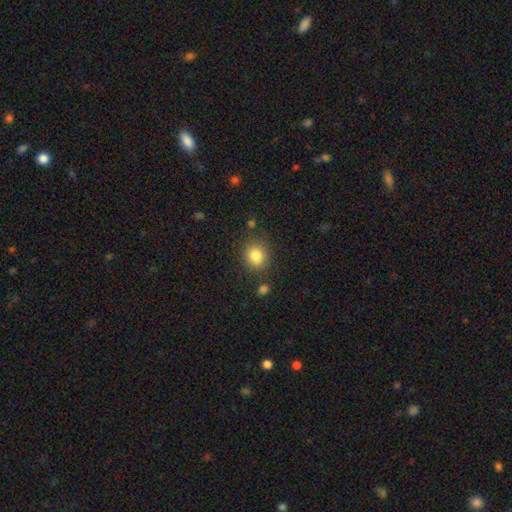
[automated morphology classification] smooth-or-featured: smooth: 83% | star or artifact: 10% | featured or disk: 7%
  how-rounded: round: 77% | in between: 22% | cigar-shaped: 1%
  merging: none: 80% | minor disturbance: 12% | merger: 5% | major disturbance: 4%